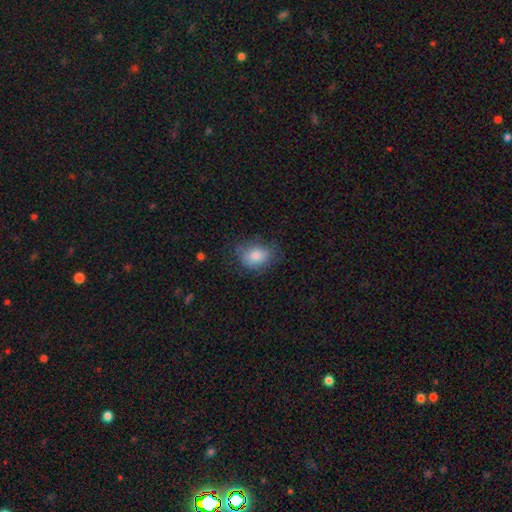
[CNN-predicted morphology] smooth 79%, featured or disk 12%, star or artifact 9%. Down the decision tree: how rounded — in between (66%); merging — none (63%).